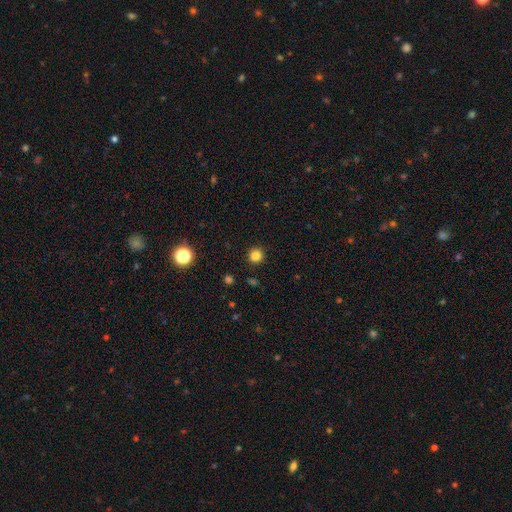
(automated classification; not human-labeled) Morphology: type=smooth (83%); roundness=round (94%); merging=none (92%).